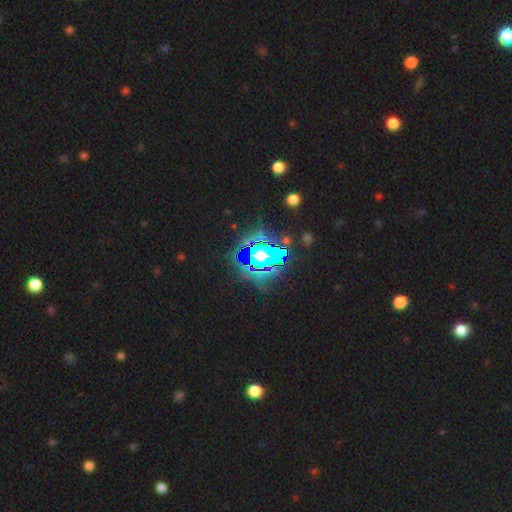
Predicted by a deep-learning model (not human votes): Smooth or featured?
  - star or artifact: 82% *
  - smooth: 10%
  - featured or disk: 8%